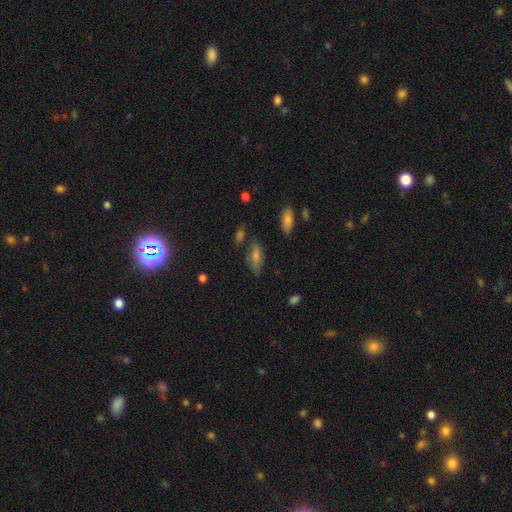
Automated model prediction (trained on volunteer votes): The model was most divided on "smooth or featured": smooth: 51%, star or artifact: 25%, featured or disk: 25%. More confident: how rounded — in between (78%); merging — none (62%).